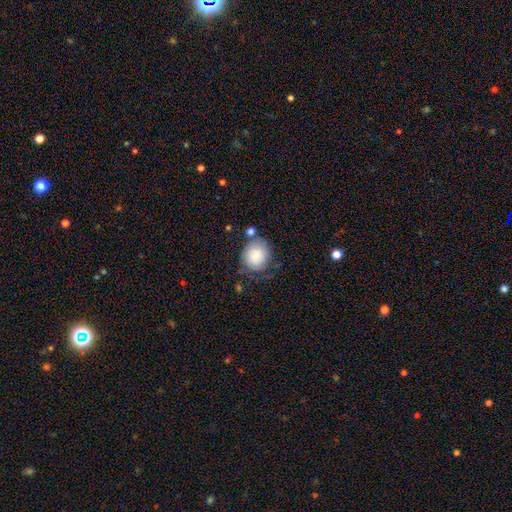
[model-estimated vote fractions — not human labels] The model was most divided on "merging": none: 57%, minor disturbance: 24%, major disturbance: 11%, merger: 8%. More confident: smooth or featured — smooth (81%); how rounded — round (78%).